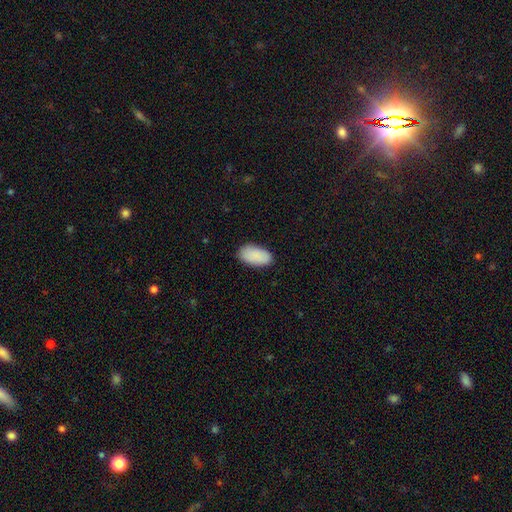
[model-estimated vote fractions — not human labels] Smooth or featured: smooth — 90% (star or artifact — 6%)
How rounded: in between — 95% (cigar-shaped — 3%)
Merging: none — 86% (minor disturbance — 11%)